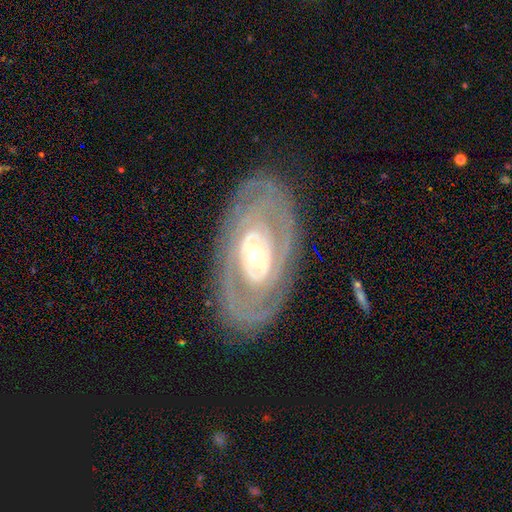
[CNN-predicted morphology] The model was most divided on "spiral arm count": 2: 45%, can't tell: 34%, 3: 9%, 1: 5%, 4: 4%, more than 4: 4%. More confident: edge-on disk — no (93%); smooth or featured — featured or disk (84%); merging — none (81%); spiral arms — yes (78%); spiral winding — tight (68%); bulge size — moderate (62%); bar — no (52%).